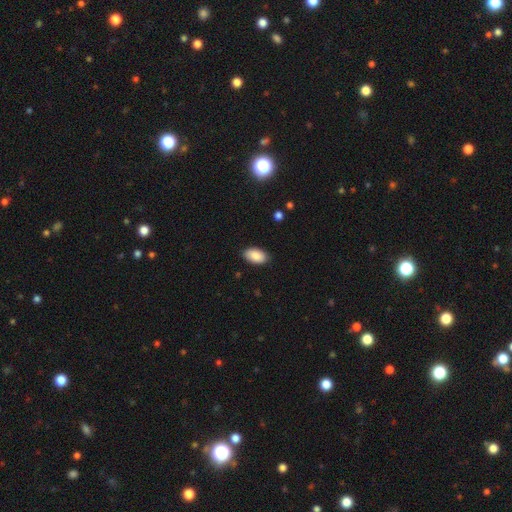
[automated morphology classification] smooth-or-featured: smooth: 88% | star or artifact: 7% | featured or disk: 5%
  how-rounded: in between: 95% | round: 4% | cigar-shaped: 2%
  merging: none: 88% | minor disturbance: 9% | major disturbance: 2% | merger: 1%